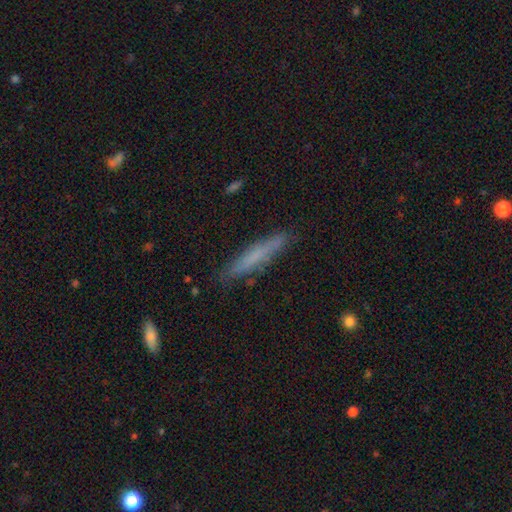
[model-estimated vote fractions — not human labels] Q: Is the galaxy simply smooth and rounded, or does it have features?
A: smooth — 61%.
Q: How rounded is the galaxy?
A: cigar-shaped — 94%.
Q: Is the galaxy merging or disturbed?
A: none — 86%.